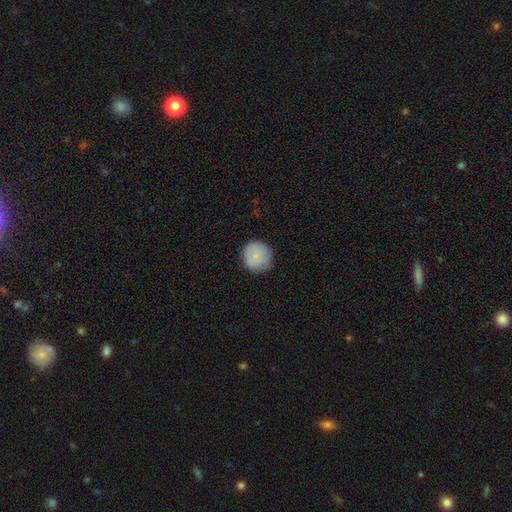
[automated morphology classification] type=smooth (87%); roundness=round (94%); merging=none (86%).